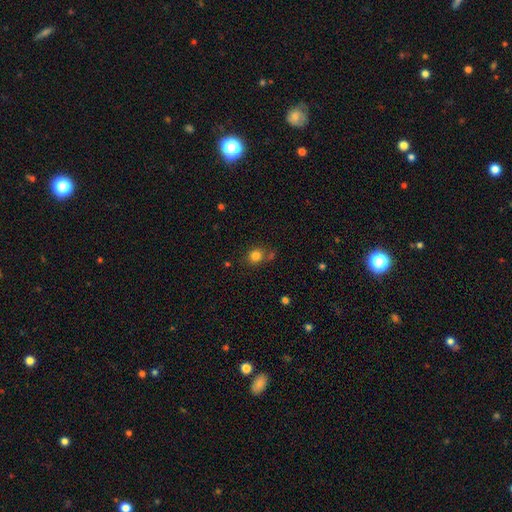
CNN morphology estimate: This is clearly a smooth galaxy (81%). How rounded: likely round (78%). Merging: likely none (69%).